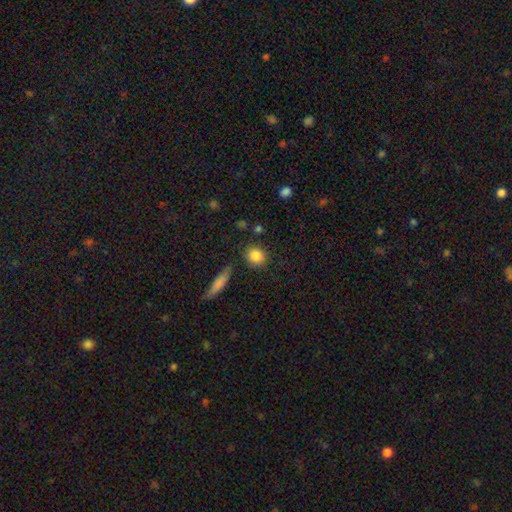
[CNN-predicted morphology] A smooth galaxy with no disk features (85%) that is round (78%). Merging: none (83%).